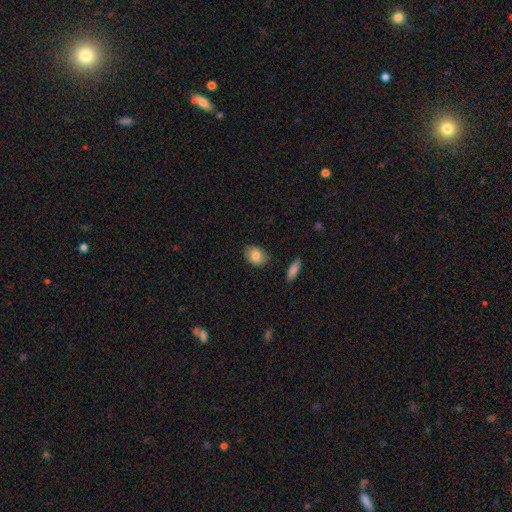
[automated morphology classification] smooth 84%, featured or disk 9%, star or artifact 7%. Down the decision tree: how rounded — in between (73%); merging — none (81%).